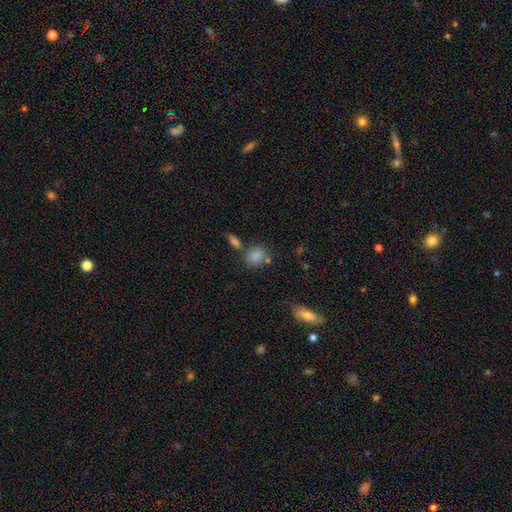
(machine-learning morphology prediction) Smooth or featured?
  - smooth: 85% *
  - star or artifact: 9%
  - featured or disk: 6%
How rounded?
  - in between: 61% *
  - round: 37%
  - cigar-shaped: 2%
Merging?
  - none: 61% *
  - merger: 19%
  - minor disturbance: 15%
  - major disturbance: 5%